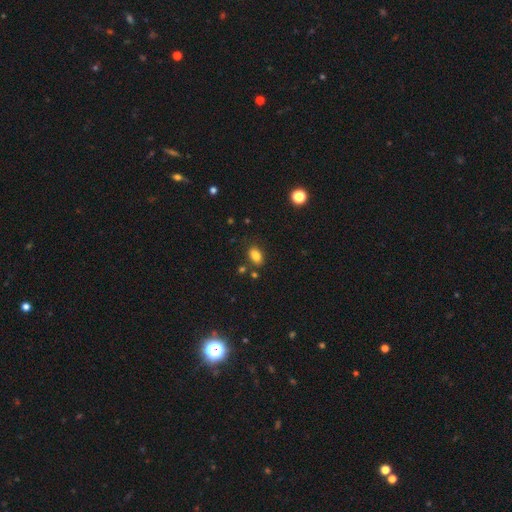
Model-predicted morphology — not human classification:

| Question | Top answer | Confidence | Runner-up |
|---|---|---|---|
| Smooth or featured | smooth | 83% | star or artifact (10%) |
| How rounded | in between | 87% | round (10%) |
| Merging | none | 79% | minor disturbance (12%) |